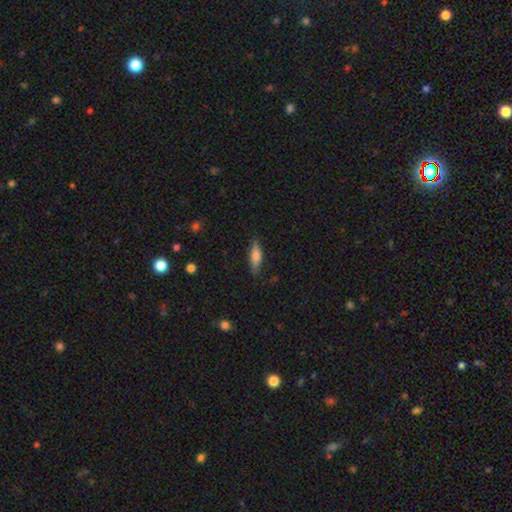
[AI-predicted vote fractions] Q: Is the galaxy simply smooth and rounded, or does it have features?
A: smooth — 66%.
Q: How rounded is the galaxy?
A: cigar-shaped — 53%.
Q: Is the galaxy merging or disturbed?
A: none — 84%.